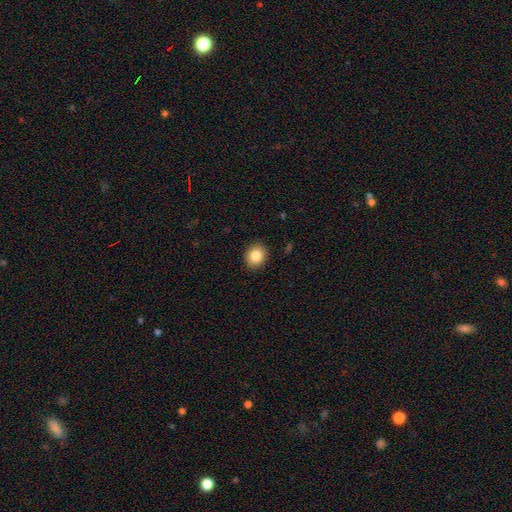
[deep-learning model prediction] A smooth galaxy with no disk features (85%) that is round (66%).

Vote fractions:
- Smooth or featured? smooth: 85% / star or artifact: 9% / featured or disk: 6%
- How rounded? round: 66% / in between: 34% / cigar-shaped: 1%
- Merging? none: 90% / minor disturbance: 7% / major disturbance: 2% / merger: 1%